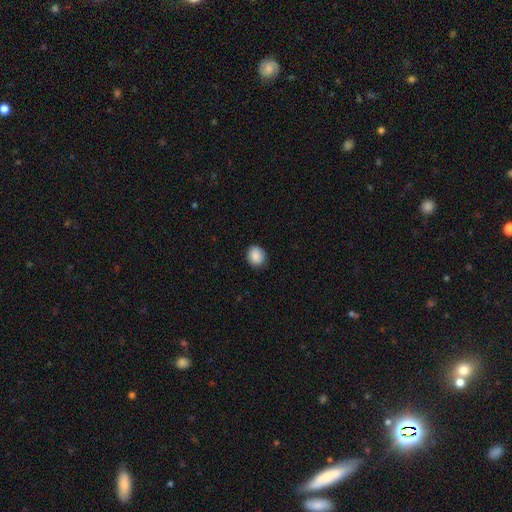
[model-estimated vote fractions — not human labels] The model was most divided on "how rounded": round: 69%, in between: 30%, cigar-shaped: 1%. More confident: smooth or featured — smooth (88%); merging — none (84%).